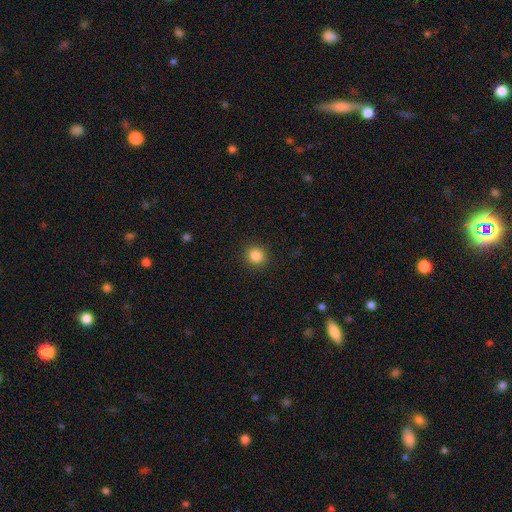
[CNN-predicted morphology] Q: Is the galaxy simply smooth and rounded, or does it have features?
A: smooth — 86%.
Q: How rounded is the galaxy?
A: round — 91%.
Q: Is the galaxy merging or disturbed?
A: none — 91%.